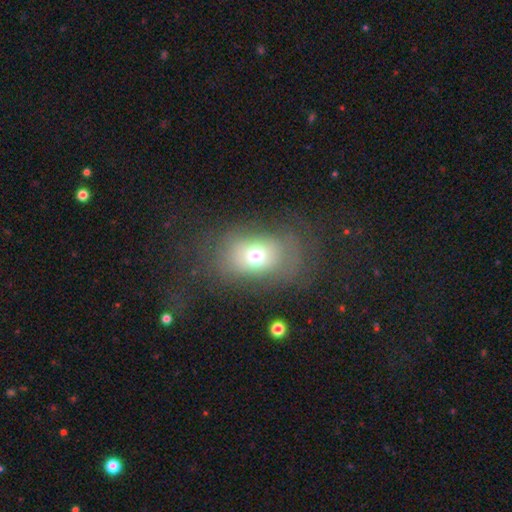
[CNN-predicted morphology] smooth 64%, featured or disk 22%, star or artifact 13%. Down the decision tree: how rounded — in between (68%); merging — none (61%).